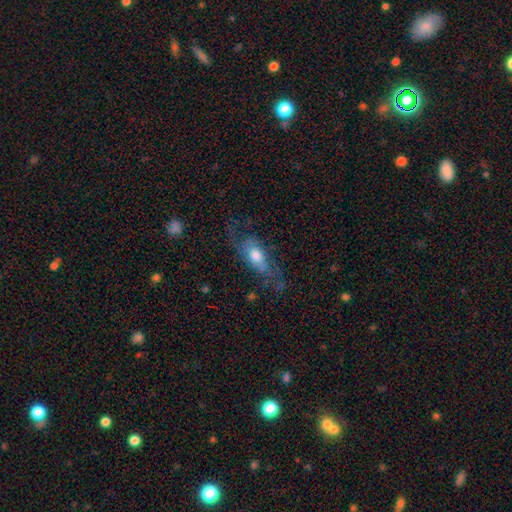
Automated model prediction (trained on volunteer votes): The model was most divided on "smooth or featured": featured or disk: 52%, smooth: 40%, star or artifact: 9%. More confident: edge-on disk — no (75%); merging — none (53%).